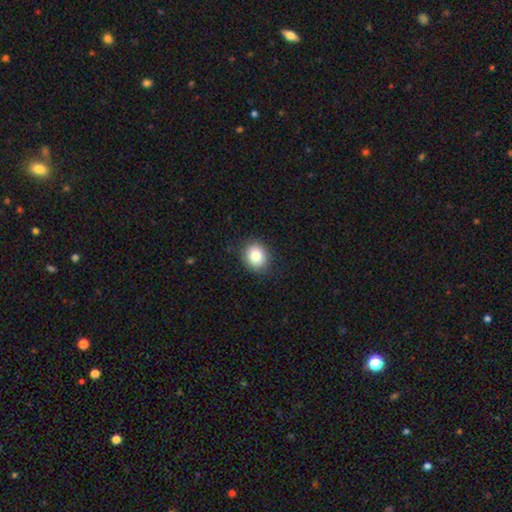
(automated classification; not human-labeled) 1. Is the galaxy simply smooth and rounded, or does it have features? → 81% smooth, 10% star or artifact, 10% featured or disk.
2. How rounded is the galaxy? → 70% round, 29% in between, 1% cigar-shaped.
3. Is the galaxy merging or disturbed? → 87% none, 9% minor disturbance, 2% major disturbance, 1% merger.